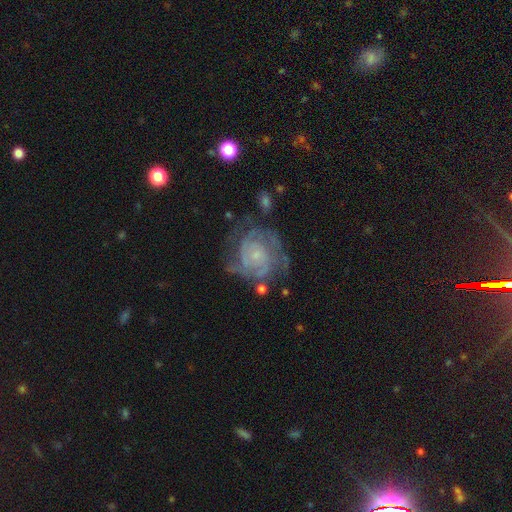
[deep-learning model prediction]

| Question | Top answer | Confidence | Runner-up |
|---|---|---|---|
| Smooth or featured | featured or disk | 85% | smooth (9%) |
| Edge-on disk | no | 98% | yes (2%) |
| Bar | no | 73% | weak (22%) |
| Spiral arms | yes | 94% | no (6%) |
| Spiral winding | tight | 64% | medium (29%) |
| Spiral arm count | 2 | 30% | can't tell (28%) |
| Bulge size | small | 72% | moderate (16%) |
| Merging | none | 62% | minor disturbance (20%) |